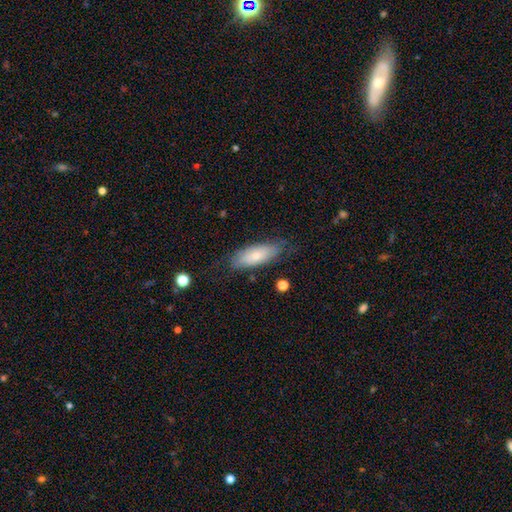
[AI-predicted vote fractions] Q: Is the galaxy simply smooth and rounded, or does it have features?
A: smooth — 69%.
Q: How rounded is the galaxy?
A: in between — 72%.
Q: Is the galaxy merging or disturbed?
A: none — 71%.